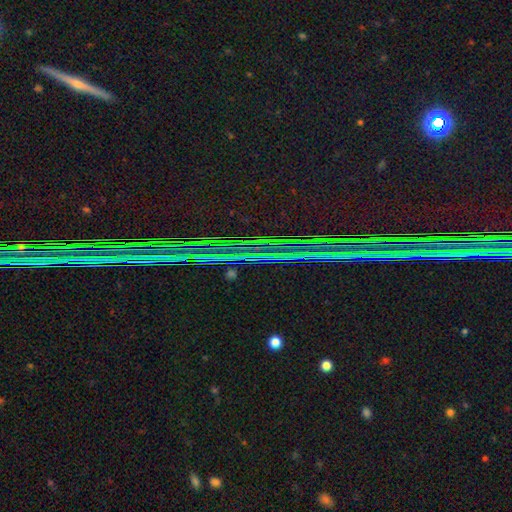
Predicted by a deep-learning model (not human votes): This appears to be a star or artifact, not a galaxy (88%).